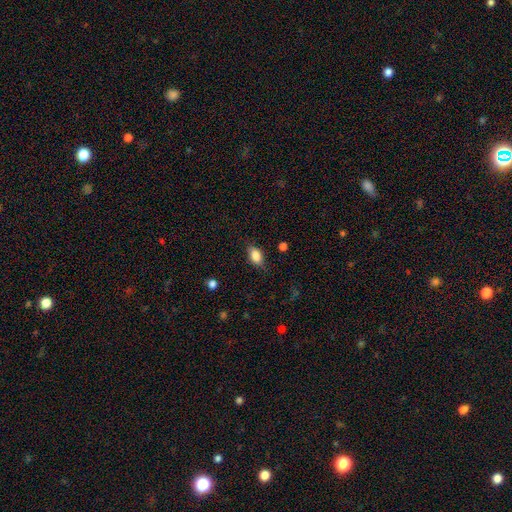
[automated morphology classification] The model was most divided on "merging": none: 77%, minor disturbance: 17%, major disturbance: 4%, merger: 1%. More confident: how rounded — in between (85%); smooth or featured — smooth (81%).